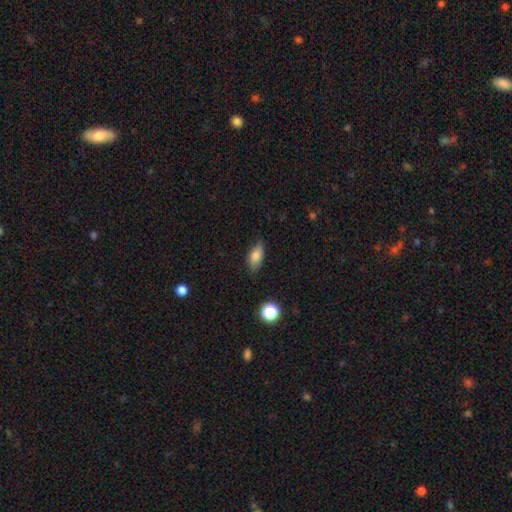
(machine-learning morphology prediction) A smooth galaxy with no disk features (80%) that is in between round and cigar-shaped (84%).

Vote fractions:
- Smooth or featured? smooth: 80% / featured or disk: 11% / star or artifact: 9%
- How rounded? in between: 84% / cigar-shaped: 10% / round: 6%
- Merging? none: 70% / minor disturbance: 24% / major disturbance: 5% / merger: 2%